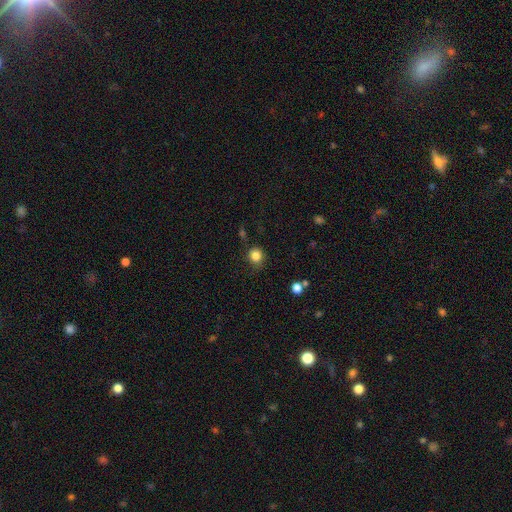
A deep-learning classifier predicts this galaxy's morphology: smooth-or-featured: smooth: 83% | star or artifact: 12% | featured or disk: 5%
  how-rounded: round: 86% | in between: 13% | cigar-shaped: 1%
  merging: none: 79% | minor disturbance: 14% | major disturbance: 4% | merger: 2%